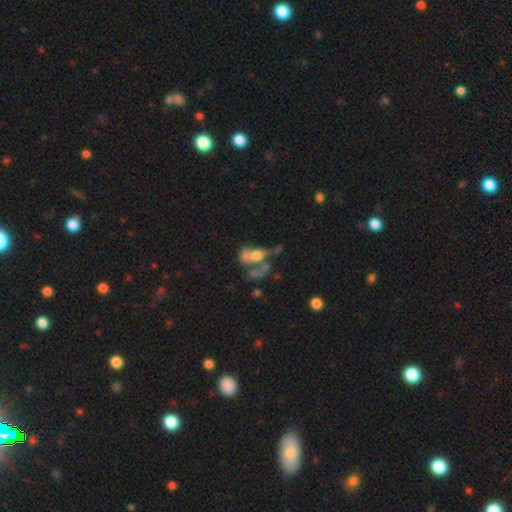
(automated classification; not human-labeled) Smooth or featured? Predicted: featured or disk (p=0.46). Merging? Predicted: merger (p=0.42).